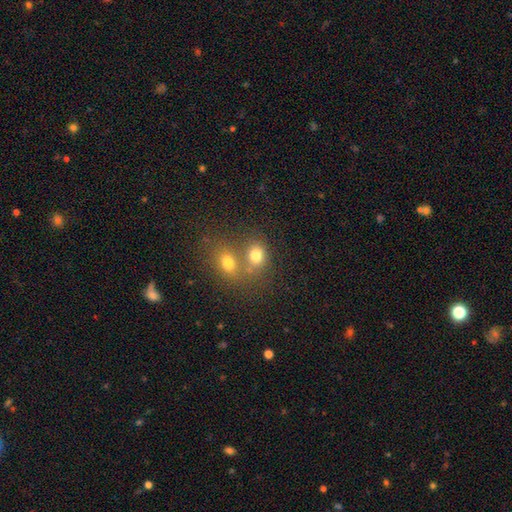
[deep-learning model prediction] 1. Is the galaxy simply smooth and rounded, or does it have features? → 76% smooth, 14% star or artifact, 10% featured or disk.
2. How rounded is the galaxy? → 51% in between, 48% round, 1% cigar-shaped.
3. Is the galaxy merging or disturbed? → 48% merger, 39% none, 9% minor disturbance, 5% major disturbance.